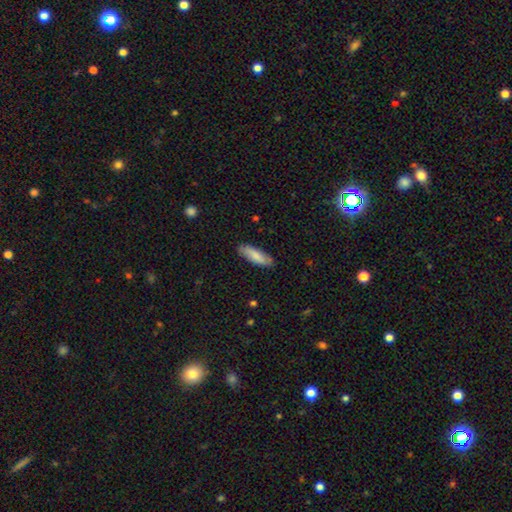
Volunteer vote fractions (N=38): Smooth or featured?
  - smooth: 76% *
  - featured or disk: 18%
  - star or artifact: 5%
How rounded?
  - in between: 55% *
  - cigar-shaped: 45%
  - round: 0%
Merging?
  - none: 75% *
  - minor disturbance: 25%
  - major disturbance: 0%
  - merger: 0%